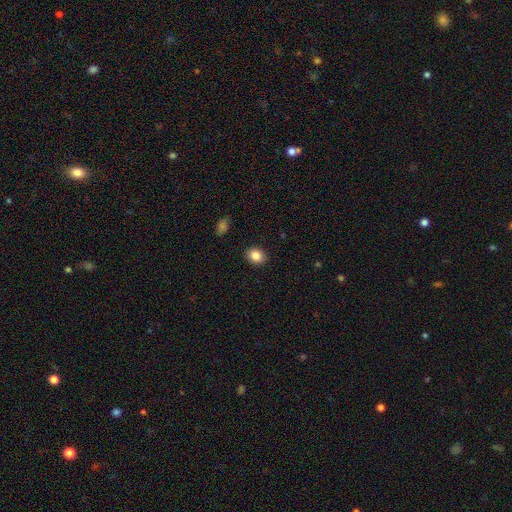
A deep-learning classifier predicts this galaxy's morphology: This appears to be a smooth galaxy with no disk features (86%) that is round (53%). Merging: none (90%).